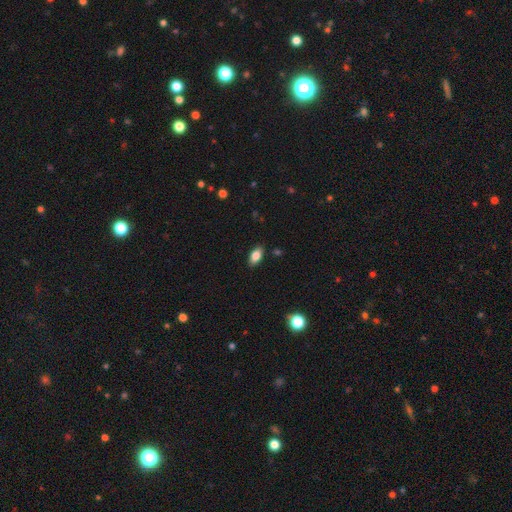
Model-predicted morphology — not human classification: The model was most divided on "smooth or featured": smooth: 83%, featured or disk: 9%, star or artifact: 8%. More confident: how rounded — in between (91%); merging — none (87%).